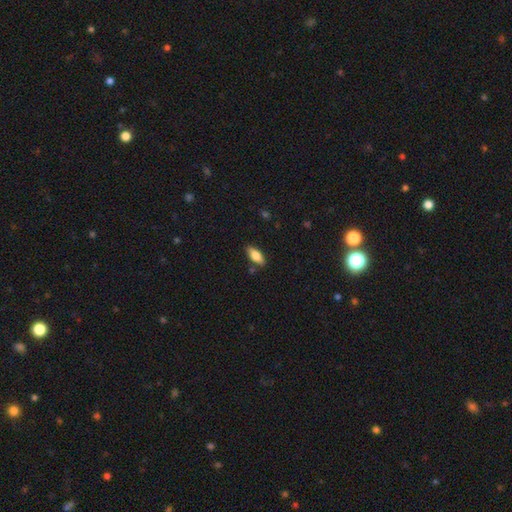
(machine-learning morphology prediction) smooth 76%, featured or disk 17%, star or artifact 7%. Down the decision tree: how rounded — in between (81%); merging — none (82%).